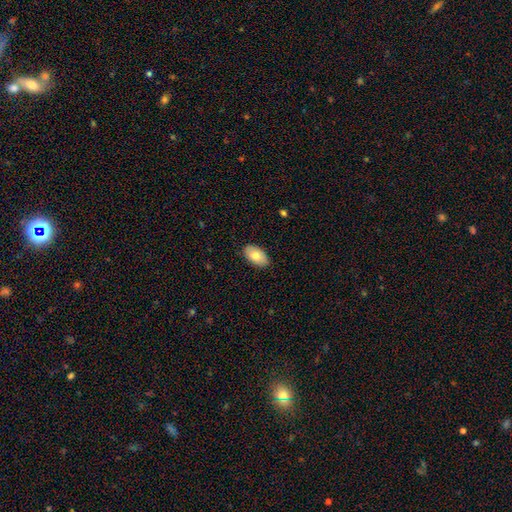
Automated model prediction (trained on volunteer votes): Morphology: type=smooth (76%); roundness=in between (94%); merging=none (86%).